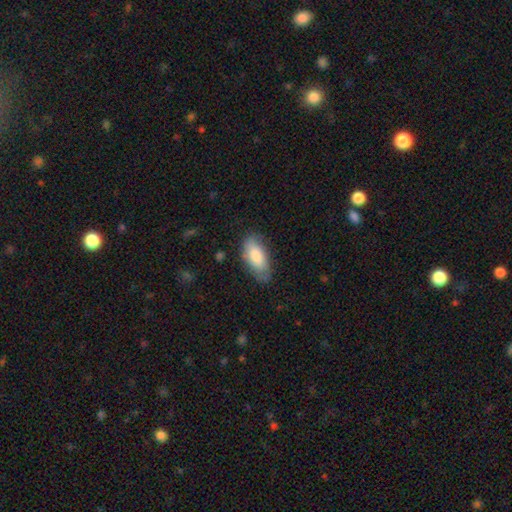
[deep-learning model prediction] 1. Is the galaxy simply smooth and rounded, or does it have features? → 80% smooth, 15% featured or disk, 6% star or artifact.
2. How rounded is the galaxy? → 87% in between, 11% cigar-shaped, 2% round.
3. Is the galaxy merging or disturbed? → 73% none, 21% minor disturbance, 5% major disturbance, 1% merger.